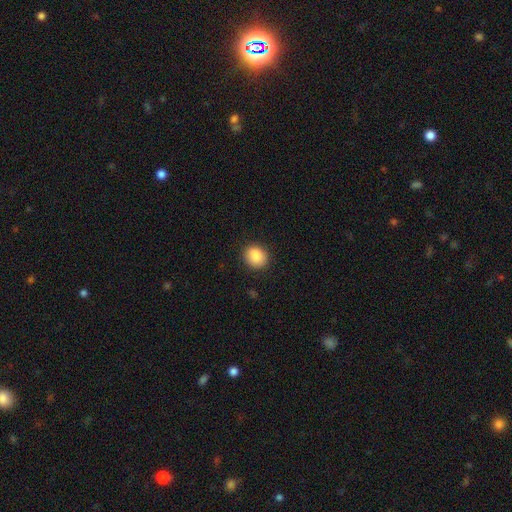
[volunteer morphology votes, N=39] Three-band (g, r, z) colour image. It shows a smooth galaxy with no disk features (90%) that is round (60%). Merging: none (83%).